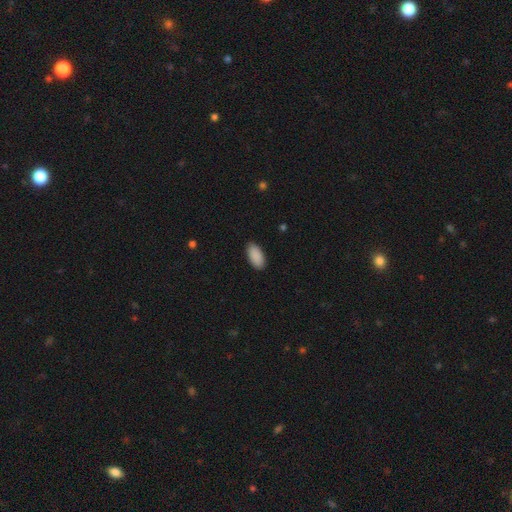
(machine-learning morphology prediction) type=smooth (91%); roundness=in between (94%); merging=none (89%).